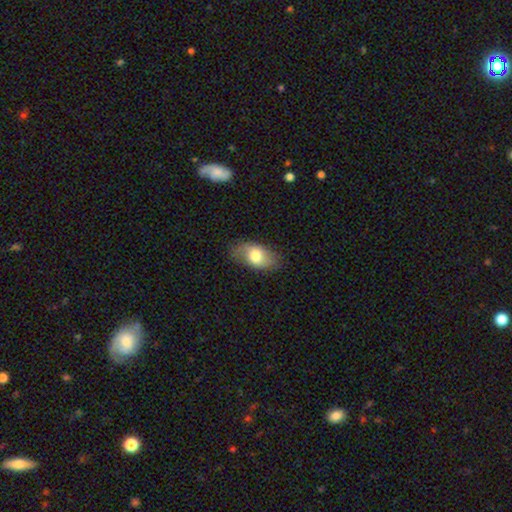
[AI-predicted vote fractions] A smooth galaxy with no disk features (70%) that is in between round and cigar-shaped (90%). Merging: none (76%).